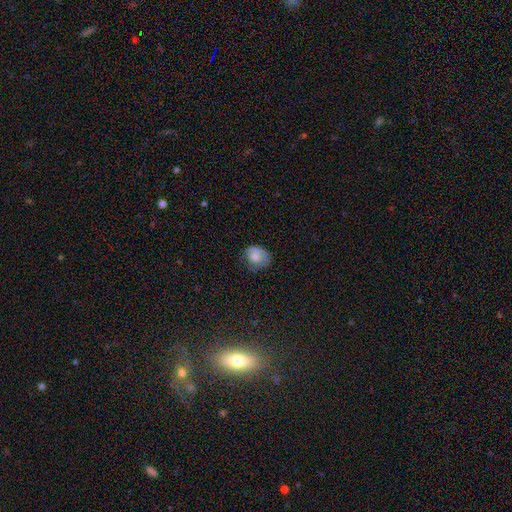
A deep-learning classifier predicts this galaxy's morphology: This is likely a smooth galaxy (72%). How rounded: likely round (63%). Merging: possibly none (52%).